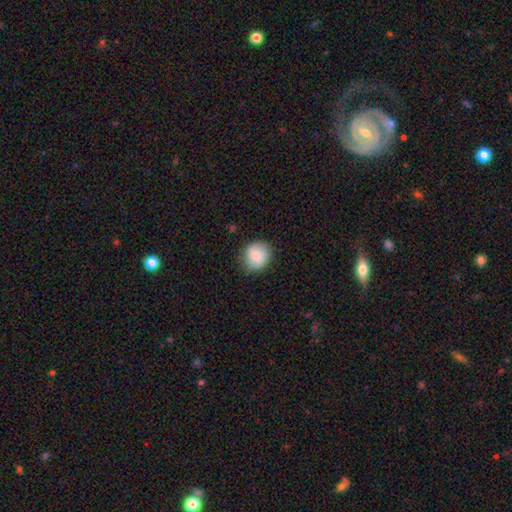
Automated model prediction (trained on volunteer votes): smooth-or-featured: smooth: 84% | featured or disk: 9% | star or artifact: 7%
  how-rounded: round: 82% | in between: 17% | cigar-shaped: 1%
  merging: none: 81% | minor disturbance: 15% | major disturbance: 3% | merger: 1%